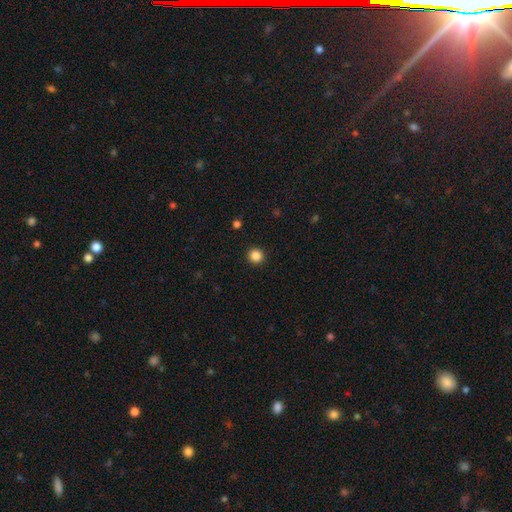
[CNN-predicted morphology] Smooth or featured?
  - smooth: 86% *
  - star or artifact: 11%
  - featured or disk: 3%
How rounded?
  - round: 95% *
  - in between: 4%
  - cigar-shaped: 1%
Merging?
  - none: 93% *
  - minor disturbance: 4%
  - major disturbance: 2%
  - merger: 1%